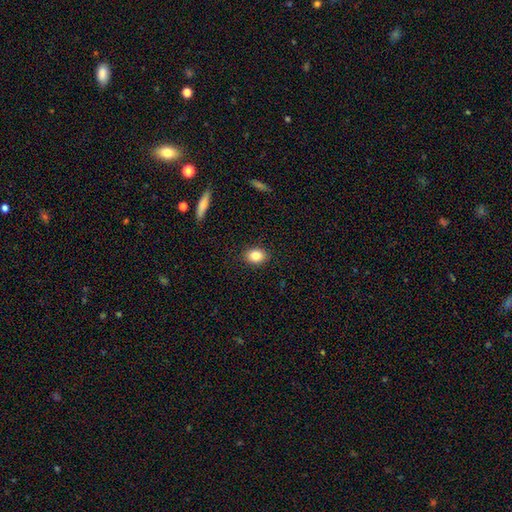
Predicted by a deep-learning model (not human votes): A smooth galaxy with no disk features (83%) that is in between round and cigar-shaped (58%). Merging: none (89%).